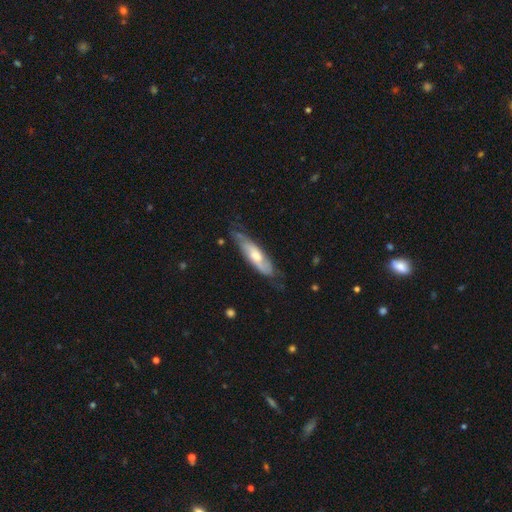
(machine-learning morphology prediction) Overall: featured or disk (56%; smooth 38%). Edge-on disk: no (62%; yes 38%). Merging: none (61%; minor disturbance 28%).